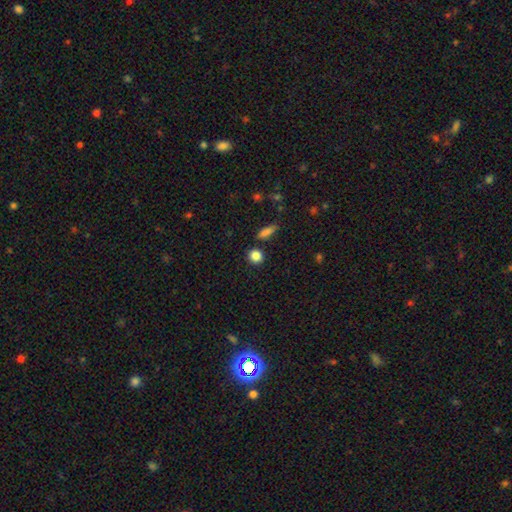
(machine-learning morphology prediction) This appears to be a smooth galaxy with no disk features (87%) that is round (83%). Merging: none (84%).